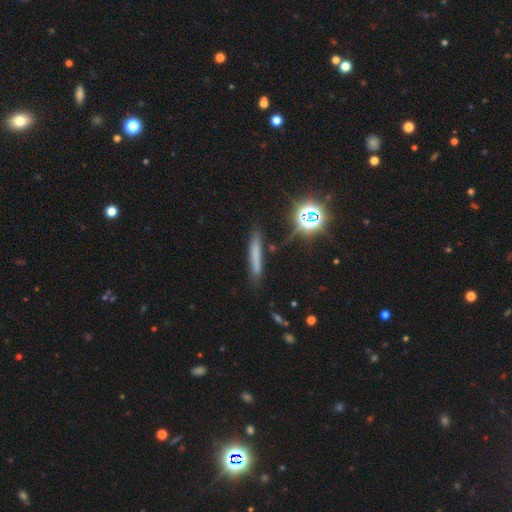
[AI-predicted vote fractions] A smooth galaxy with no disk features (60%) that is cigar-shaped (90%).

Vote fractions:
- Smooth or featured? smooth: 60% / featured or disk: 21% / star or artifact: 19%
- How rounded? cigar-shaped: 90% / in between: 6% / round: 4%
- Merging? none: 80% / minor disturbance: 13% / major disturbance: 4% / merger: 3%